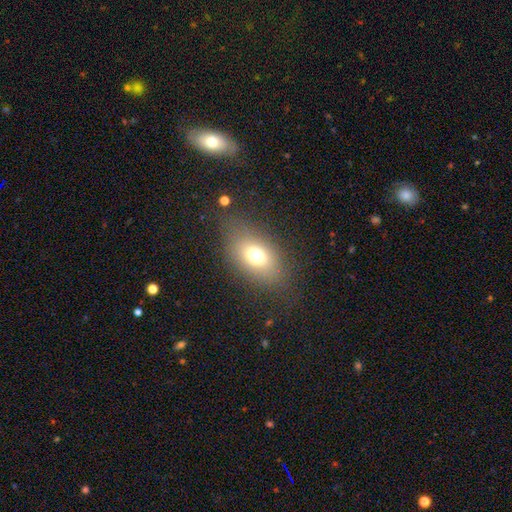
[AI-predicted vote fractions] Overall: smooth (69%). How rounded: in between (76%). Merging: none (75%).